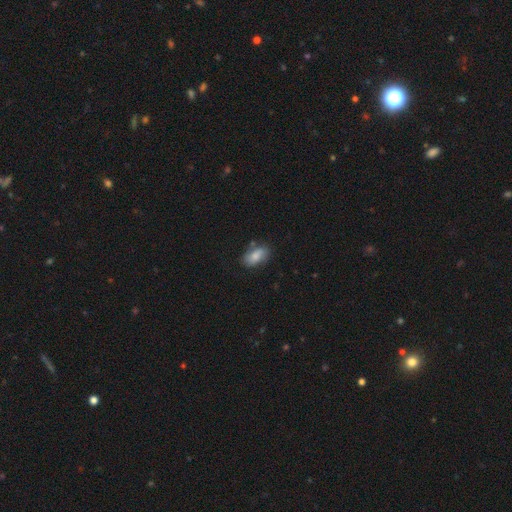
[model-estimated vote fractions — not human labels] smooth_or_featured: smooth (p=0.74) [alt: featured or disk p=0.18]
how_rounded: in between (p=0.90) [alt: round p=0.06]
merging: none (p=0.68) [alt: minor disturbance p=0.22]